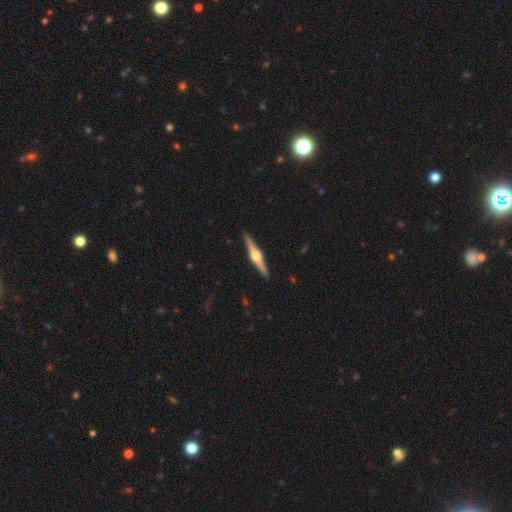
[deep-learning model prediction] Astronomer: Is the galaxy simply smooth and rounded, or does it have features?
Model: featured or disk — 82%.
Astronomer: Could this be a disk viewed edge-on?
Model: yes — 98%.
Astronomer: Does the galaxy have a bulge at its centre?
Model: rounded — 95%.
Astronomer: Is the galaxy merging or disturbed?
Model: none — 92%.